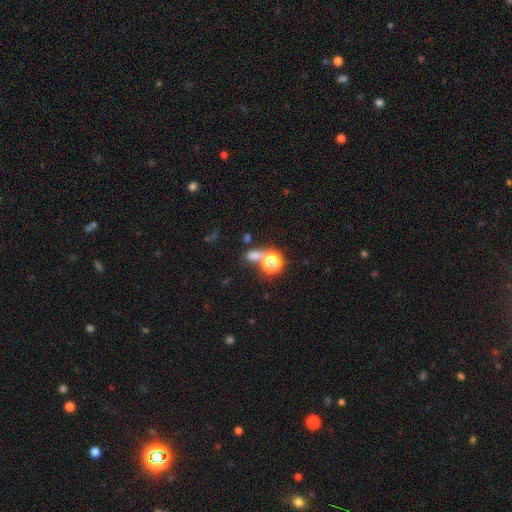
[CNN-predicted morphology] This appears to be a smooth galaxy with no disk features (65%) that is in between round and cigar-shaped (51%). Merging: none (50%).